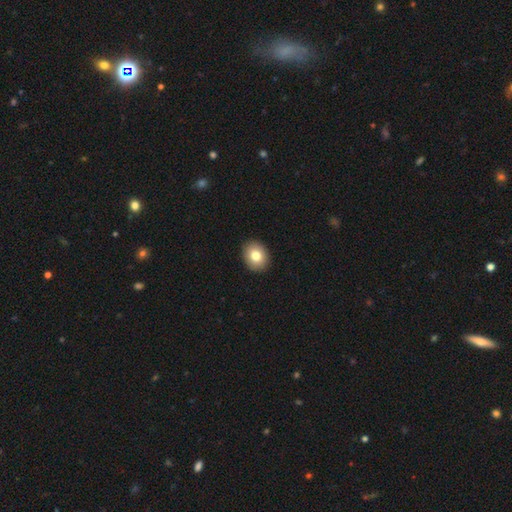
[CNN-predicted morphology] A smooth galaxy with no disk features (81%) that is round (54%). Merging: none (92%).